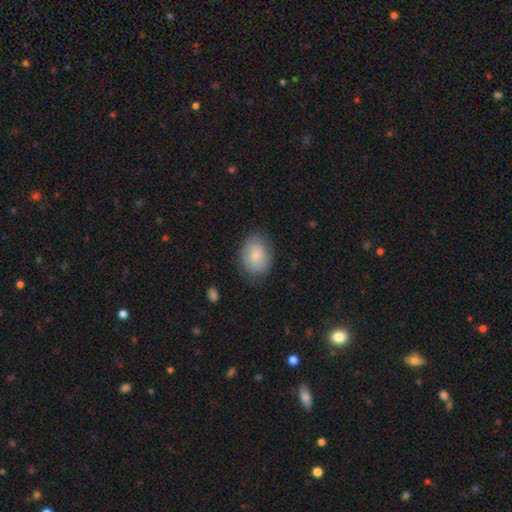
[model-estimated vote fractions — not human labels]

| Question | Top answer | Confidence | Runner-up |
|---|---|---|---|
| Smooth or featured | smooth | 81% | featured or disk (13%) |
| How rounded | in between | 67% | round (33%) |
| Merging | none | 75% | minor disturbance (19%) |